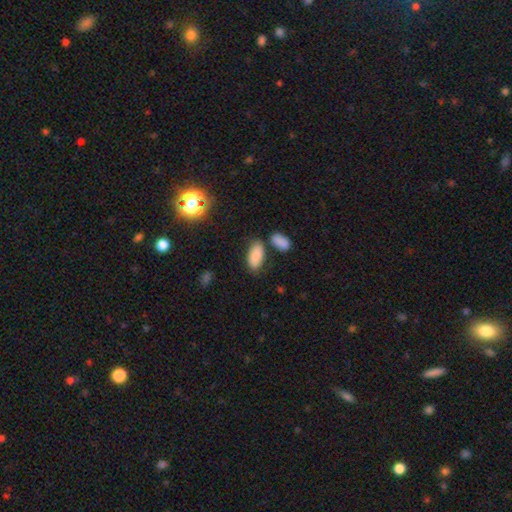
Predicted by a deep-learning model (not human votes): This appears to be a smooth galaxy with no disk features (85%) that is in between round and cigar-shaped (93%). Merging: none (69%).